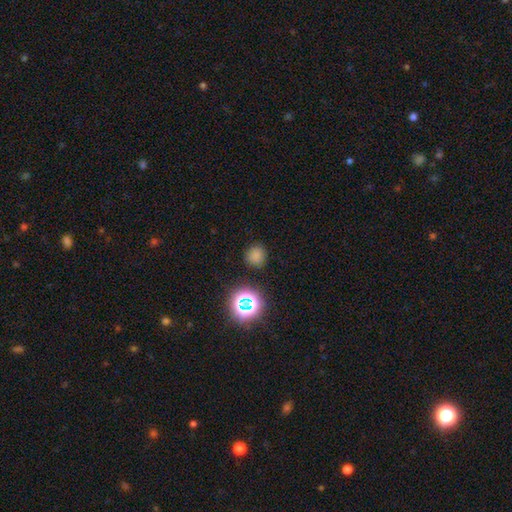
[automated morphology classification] This is likely a smooth galaxy (72%). How rounded: clearly round (85%). Merging: clearly none (84%).